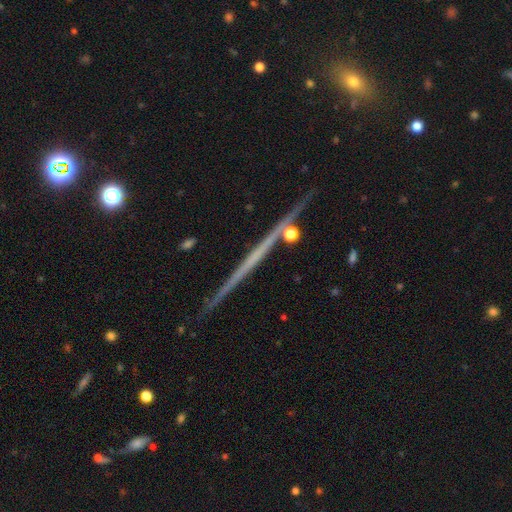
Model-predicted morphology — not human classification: smooth_or_featured: featured or disk (p=0.70) [alt: smooth p=0.19]
disk_edge_on: yes (p=0.98) [alt: no p=0.02]
edge_on_bulge: none (p=0.82) [alt: rounded p=0.13]
merging: none (p=0.88) [alt: minor disturbance p=0.07]